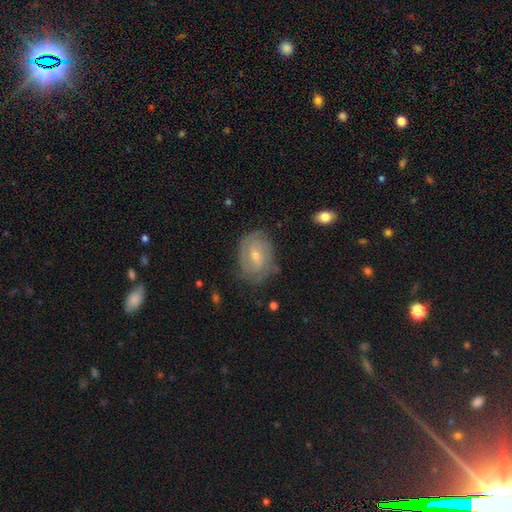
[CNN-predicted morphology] type=featured or disk (72%); edge-on=no (96%); bar=weak (50%); spiral arms=yes (90%); winding=tight (63%); arm count=2 (38%); bulge=small (55%); merging=none (75%).